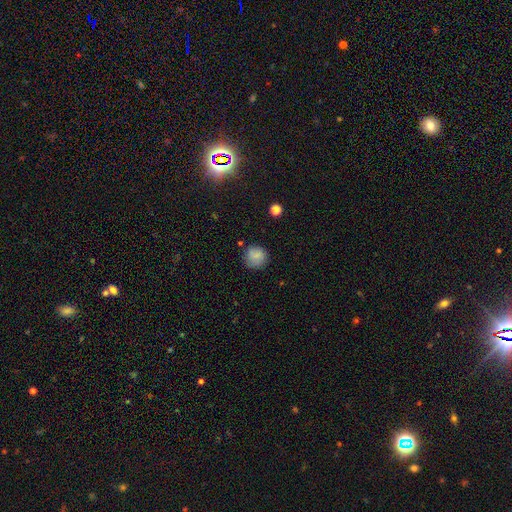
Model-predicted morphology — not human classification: This is likely a smooth galaxy (77%). How rounded: clearly round (88%). Merging: likely none (75%).